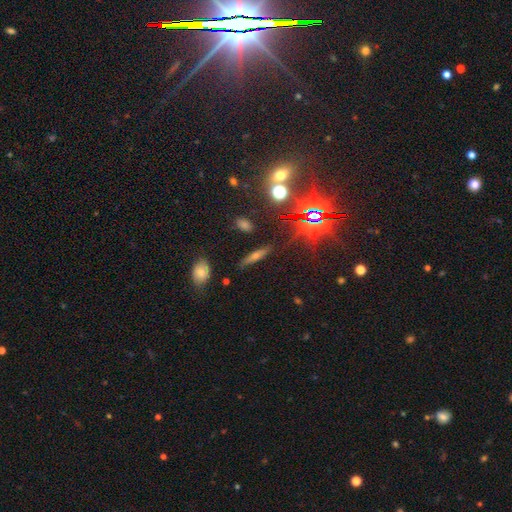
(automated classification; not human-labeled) featured or disk 36%, smooth 34%, star or artifact 29%. Down the decision tree: merging — none (82%).